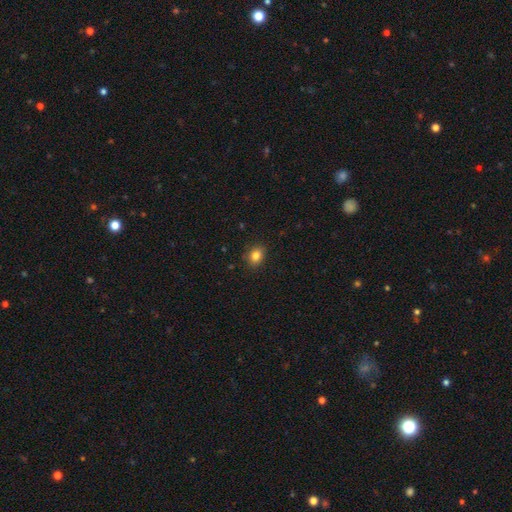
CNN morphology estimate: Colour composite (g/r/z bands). It shows a smooth galaxy with no disk features (83%) that is round (52%). Merging: none (87%).